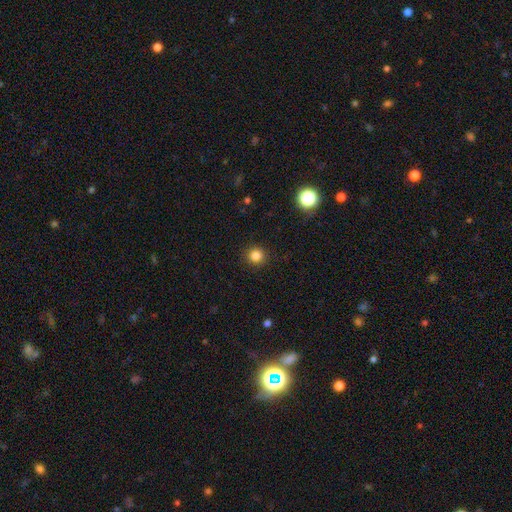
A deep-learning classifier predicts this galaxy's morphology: type=smooth (84%); roundness=round (92%); merging=none (91%).